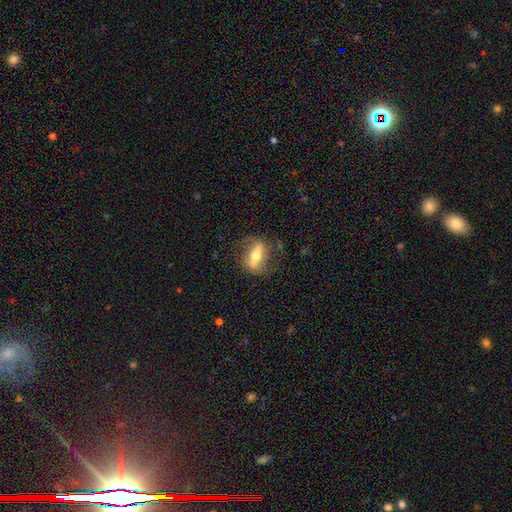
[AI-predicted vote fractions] Smooth or featured: featured or disk — 60% (smooth — 33%)
Edge-on disk: yes — 51% (no — 49%)
Merging: none — 76% (minor disturbance — 15%)